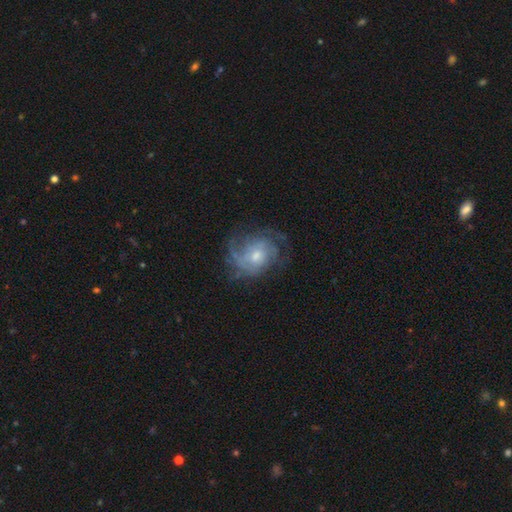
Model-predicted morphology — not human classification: Overall: featured or disk (72%). Edge-on disk: no (97%). Bar: no (71%). Spiral arms: yes (85%). Spiral arm count: can't tell (44%; 2 18%). Spiral winding: tight (42%; medium 39%). Bulge size: moderate (52%; small 39%). Merging: none (59%; minor disturbance 21%).